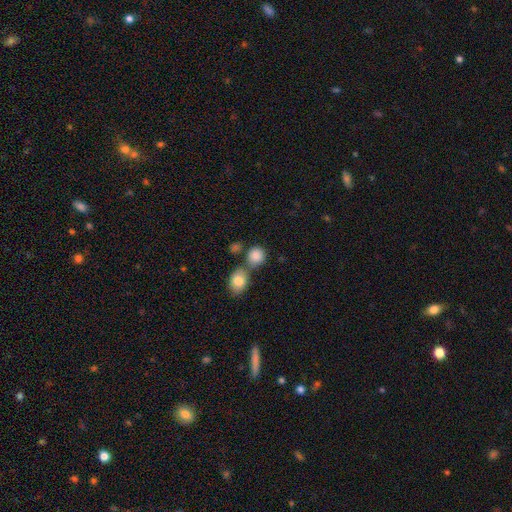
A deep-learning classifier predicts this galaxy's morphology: This is clearly a smooth galaxy (85%). How rounded: likely round (77%). Merging: possibly none (54%).